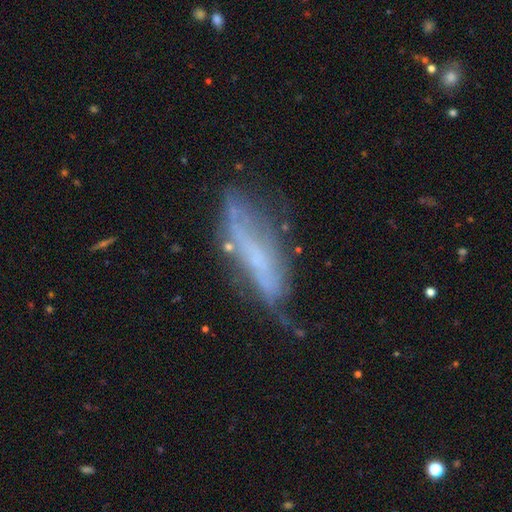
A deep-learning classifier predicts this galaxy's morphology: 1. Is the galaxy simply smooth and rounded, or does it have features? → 54% featured or disk, 35% smooth, 11% star or artifact.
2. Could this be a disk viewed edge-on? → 57% no, 43% yes.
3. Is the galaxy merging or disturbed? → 44% none, 31% minor disturbance, 20% major disturbance, 5% merger.